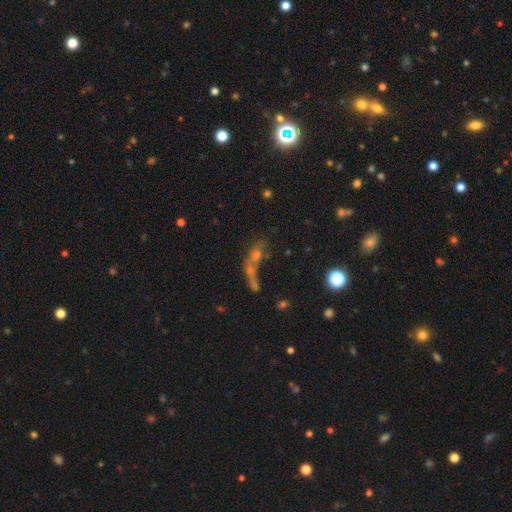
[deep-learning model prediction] smooth_or_featured: star or artifact (p=0.41) [alt: smooth p=0.35]